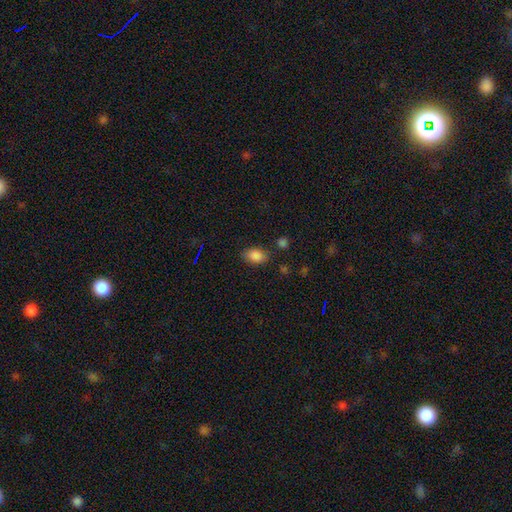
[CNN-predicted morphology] This appears to be a smooth galaxy with no disk features (86%) that is in between round and cigar-shaped (85%). Merging: none (78%).